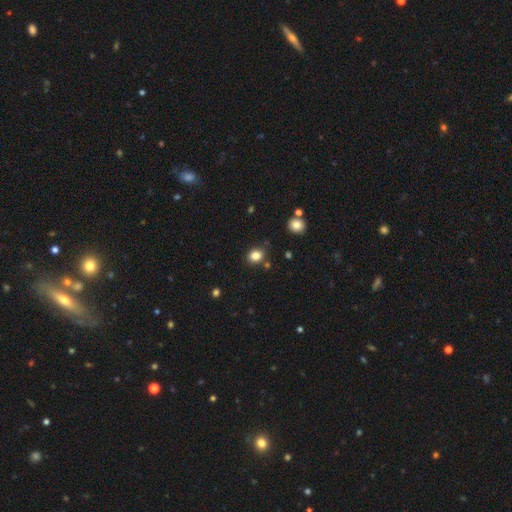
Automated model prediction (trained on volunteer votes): smooth 83%, star or artifact 12%, featured or disk 5%. Down the decision tree: how rounded — round (57%); merging — none (80%).